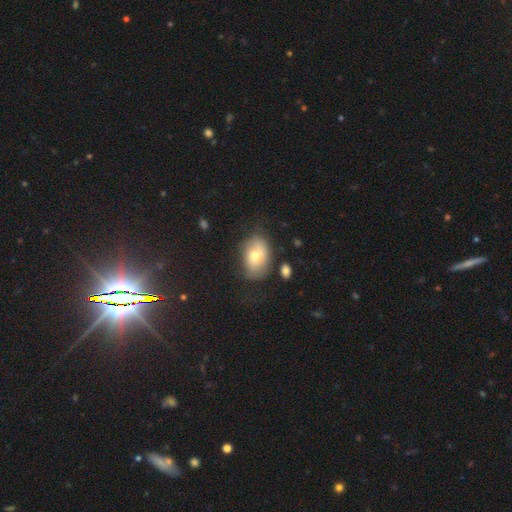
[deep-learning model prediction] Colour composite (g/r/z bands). It shows a smooth galaxy with no disk features (69%) that is in between round and cigar-shaped (77%). Merging: none (67%).